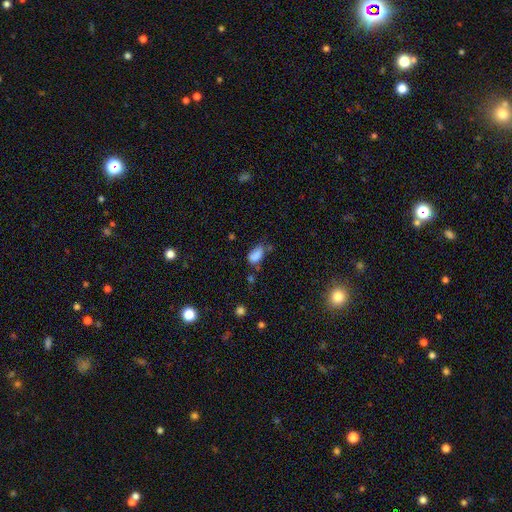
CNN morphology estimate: A smooth galaxy with no disk features (82%) that is in between round and cigar-shaped (90%). Merging: none (44%).